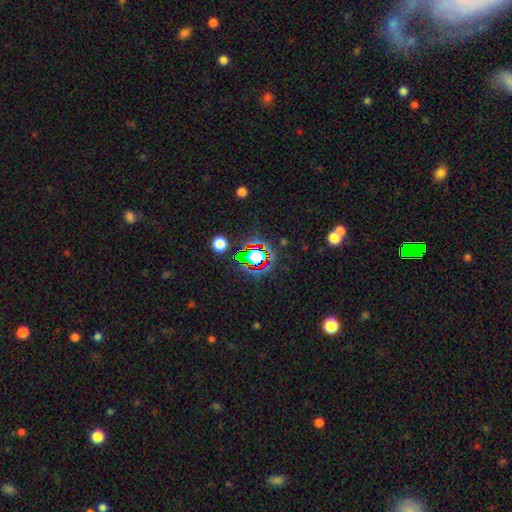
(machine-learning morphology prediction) Overall: star or artifact (67%).